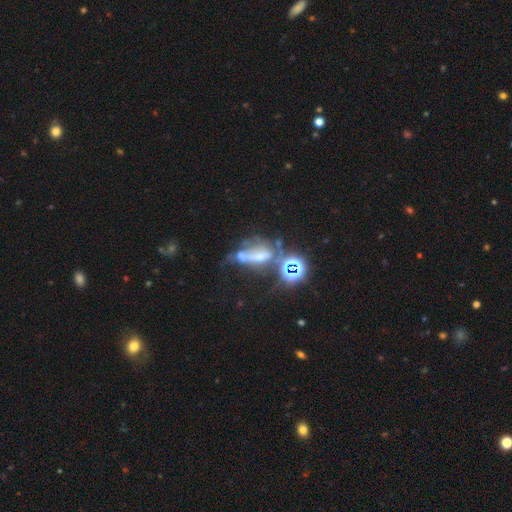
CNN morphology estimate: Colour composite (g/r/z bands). It shows a featured or disk galaxy (40%). Merging: merger (34%).